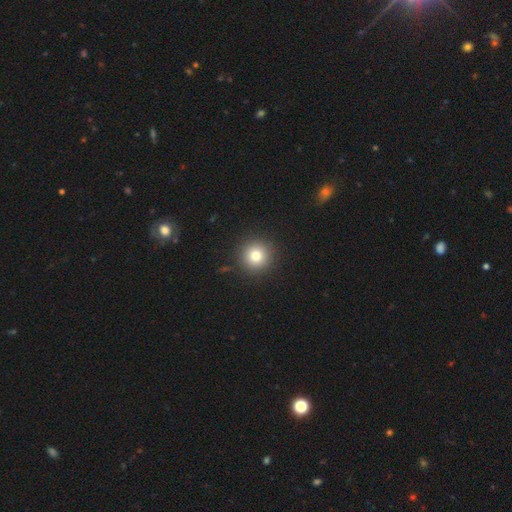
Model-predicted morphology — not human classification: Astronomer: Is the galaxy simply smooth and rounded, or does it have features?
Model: smooth — 78%.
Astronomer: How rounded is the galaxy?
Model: round — 95%.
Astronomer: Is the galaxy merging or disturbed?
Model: none — 91%.